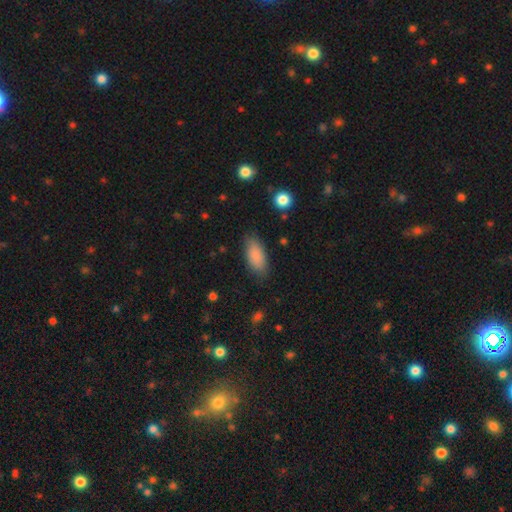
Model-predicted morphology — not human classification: Smooth or featured?
  - smooth: 88% *
  - star or artifact: 6%
  - featured or disk: 6%
How rounded?
  - in between: 86% *
  - cigar-shaped: 12%
  - round: 2%
Merging?
  - none: 81% *
  - minor disturbance: 14%
  - major disturbance: 3%
  - merger: 1%